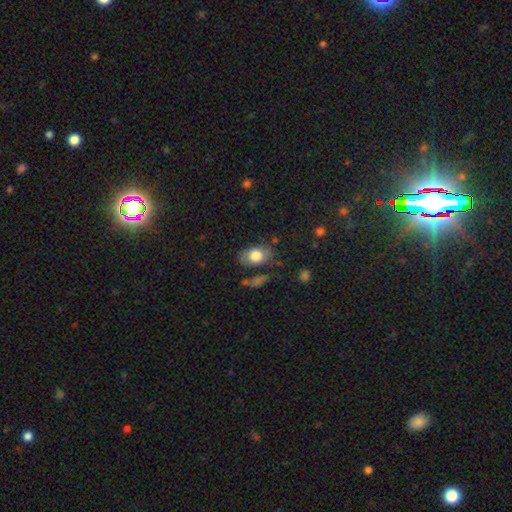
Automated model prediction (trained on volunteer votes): A smooth galaxy with no disk features (71%) that is in between round and cigar-shaped (86%). Merging: none (69%).